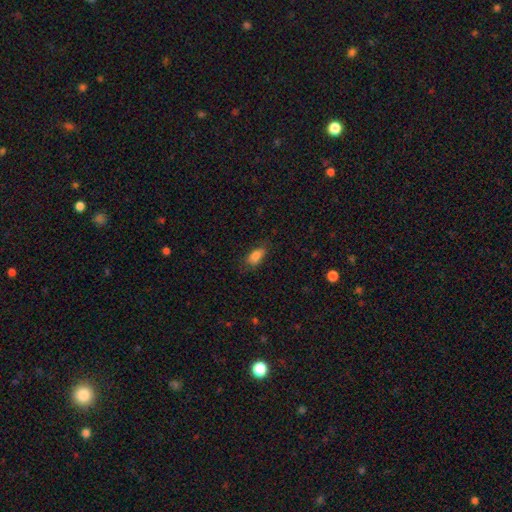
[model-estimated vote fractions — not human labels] Smooth or featured: smooth — 80% (featured or disk — 11%)
How rounded: in between — 86% (cigar-shaped — 9%)
Merging: none — 74% (minor disturbance — 19%)